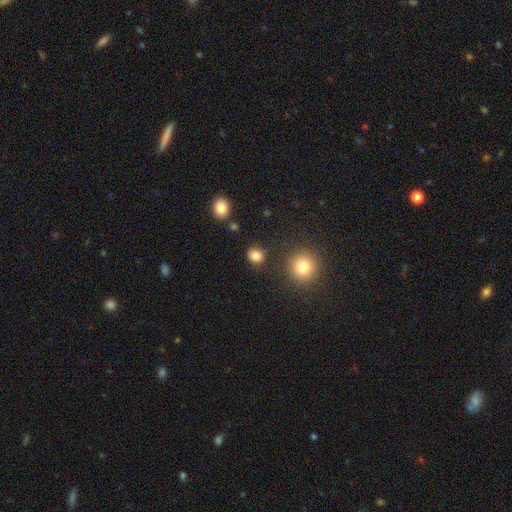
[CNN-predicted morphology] smooth_or_featured: smooth (p=0.83) [alt: star or artifact p=0.12]
how_rounded: round (p=0.85) [alt: in between p=0.14]
merging: none (p=0.87) [alt: minor disturbance p=0.07]